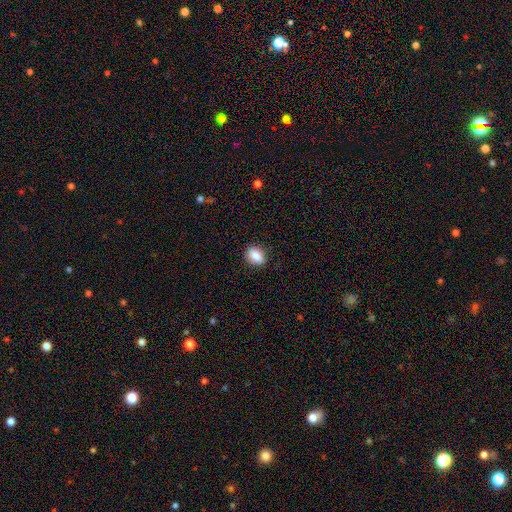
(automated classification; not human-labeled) Smooth or featured? Predicted: smooth (p=0.86). How rounded? Predicted: in between (p=0.69). Merging? Predicted: none (p=0.86).